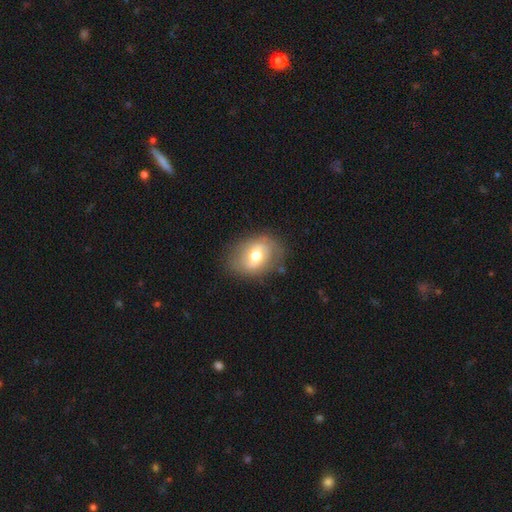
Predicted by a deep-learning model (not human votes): smooth_or_featured: smooth (p=0.52) [alt: featured or disk p=0.40]
how_rounded: in between (p=0.67) [alt: round p=0.32]
merging: none (p=0.75) [alt: minor disturbance p=0.17]